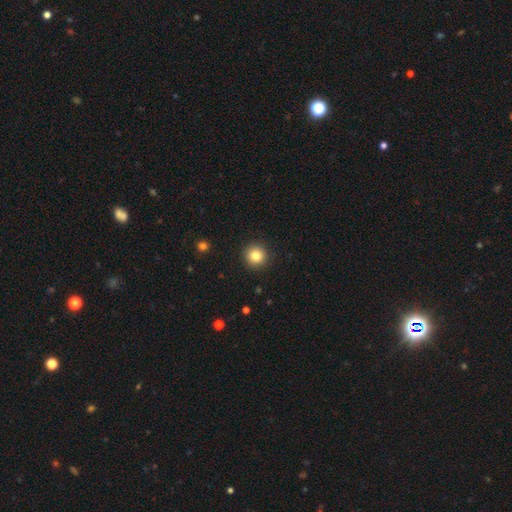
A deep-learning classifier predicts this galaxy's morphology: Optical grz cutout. It shows a smooth galaxy with no disk features (83%) that is round (95%). Merging: none (92%).